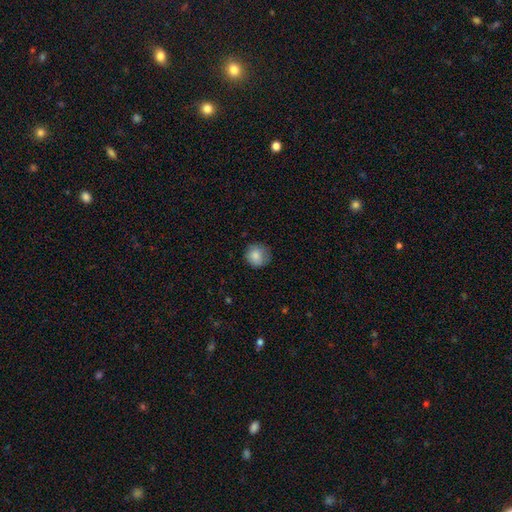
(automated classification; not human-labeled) Q: Smooth or featured?
A: smooth (84%); runner-up: featured or disk (8%)
Q: How rounded?
A: round (89%); runner-up: in between (10%)
Q: Merging?
A: none (77%); runner-up: minor disturbance (18%)